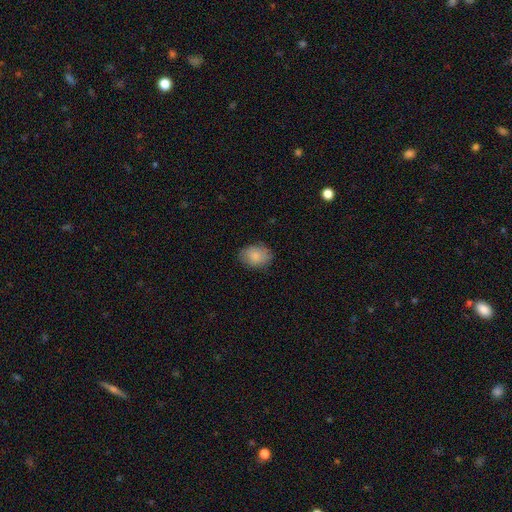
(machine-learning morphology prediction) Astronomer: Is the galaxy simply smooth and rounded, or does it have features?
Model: smooth — 85%.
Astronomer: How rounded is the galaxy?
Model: in between — 70%.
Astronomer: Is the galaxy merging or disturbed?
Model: none — 81%.